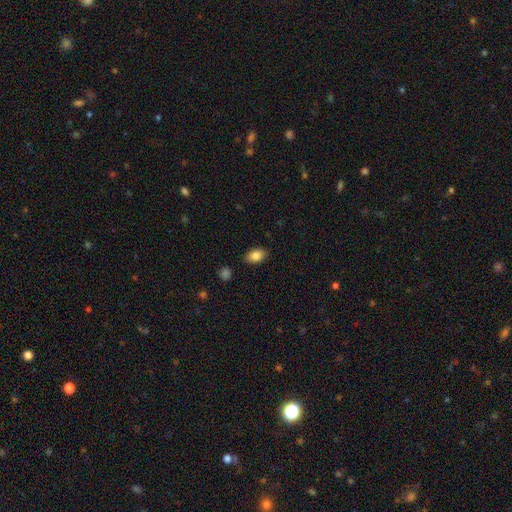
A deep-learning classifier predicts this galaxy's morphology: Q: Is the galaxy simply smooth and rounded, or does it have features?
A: smooth — 85%.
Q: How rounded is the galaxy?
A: in between — 86%.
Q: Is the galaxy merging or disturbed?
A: none — 88%.